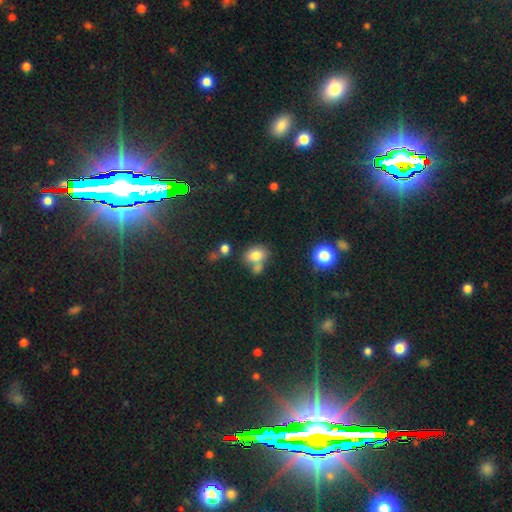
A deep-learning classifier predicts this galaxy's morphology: Smooth or featured?
  - smooth: 77% *
  - star or artifact: 13%
  - featured or disk: 10%
How rounded?
  - in between: 64% *
  - round: 35%
  - cigar-shaped: 1%
Merging?
  - none: 47% *
  - merger: 34%
  - minor disturbance: 14%
  - major disturbance: 6%